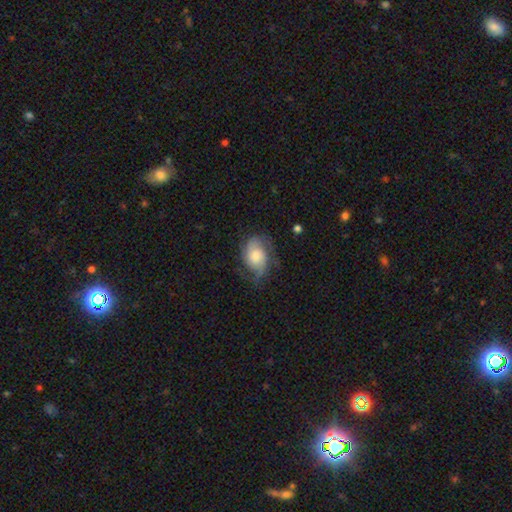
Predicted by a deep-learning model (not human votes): This appears to be a featured or disk galaxy (60%) with no bar (75%), 2 (56%) medium (44%) spiral arms (90%) and a moderate central bulge (41%). Merging: none (57%).